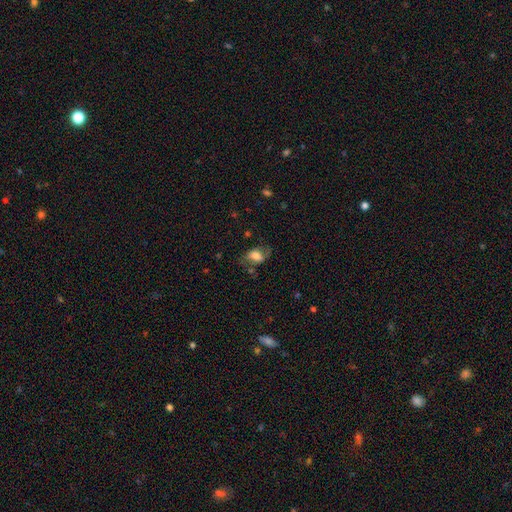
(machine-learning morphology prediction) A smooth galaxy with no disk features (64%) that is in between round and cigar-shaped (83%).

Vote fractions:
- Smooth or featured? smooth: 64% / featured or disk: 27% / star or artifact: 10%
- How rounded? in between: 83% / round: 15% / cigar-shaped: 3%
- Merging? none: 53% / minor disturbance: 25% / major disturbance: 18% / merger: 3%